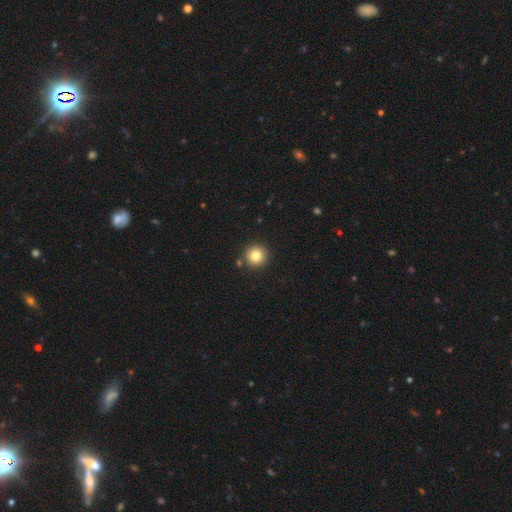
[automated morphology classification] smooth 82%, star or artifact 11%, featured or disk 7%. Down the decision tree: how rounded — round (95%); merging — none (87%).